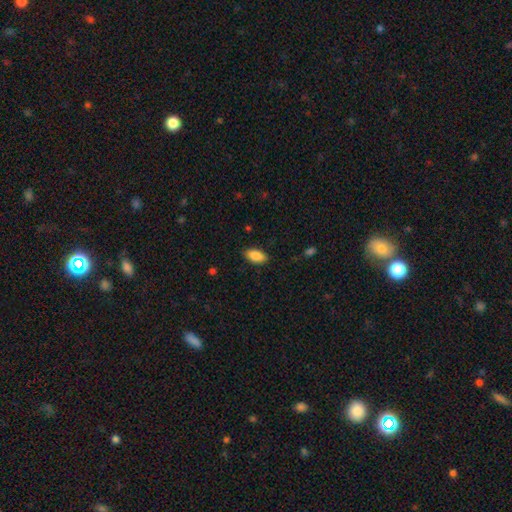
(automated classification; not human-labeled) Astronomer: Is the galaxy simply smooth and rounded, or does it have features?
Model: smooth — 88%.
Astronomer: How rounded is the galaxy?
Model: in between — 92%.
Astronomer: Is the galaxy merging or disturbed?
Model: none — 87%.